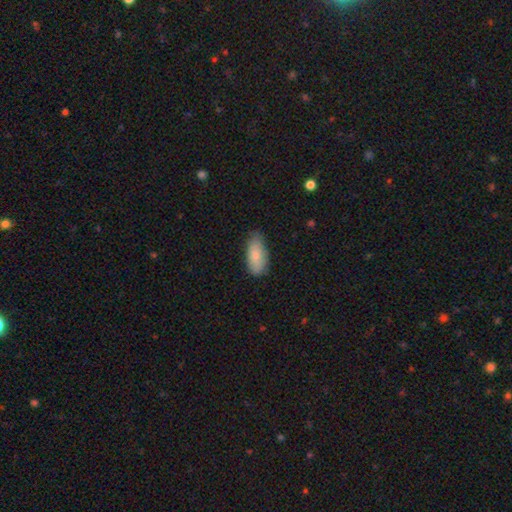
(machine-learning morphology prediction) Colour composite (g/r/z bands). It shows a smooth galaxy with no disk features (81%) that is in between round and cigar-shaped (89%). Merging: none (72%).